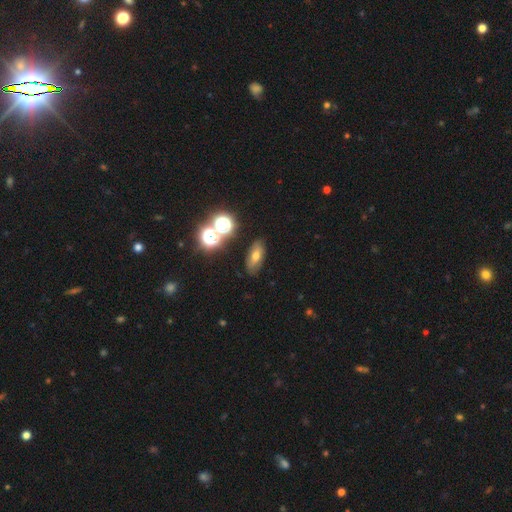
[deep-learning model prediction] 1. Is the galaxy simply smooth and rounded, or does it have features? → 56% smooth, 22% featured or disk, 22% star or artifact.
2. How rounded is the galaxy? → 78% in between, 13% round, 9% cigar-shaped.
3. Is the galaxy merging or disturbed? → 82% none, 11% minor disturbance, 4% merger, 4% major disturbance.